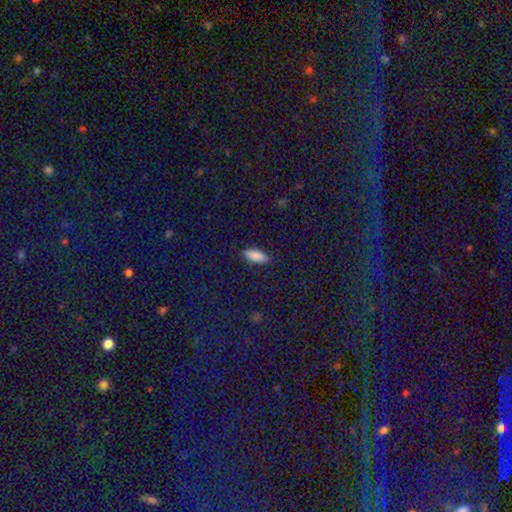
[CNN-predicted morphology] Smooth or featured? smooth (86%)
How rounded? in between (76%)
Merging? none (89%)